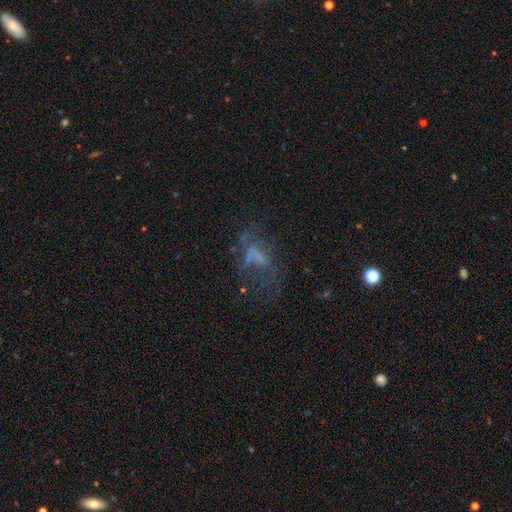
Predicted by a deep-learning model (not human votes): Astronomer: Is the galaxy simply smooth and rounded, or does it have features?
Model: featured or disk — 49% (runner-up: smooth, 26%).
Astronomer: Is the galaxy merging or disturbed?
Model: major disturbance — 43% (runner-up: none, 36%).